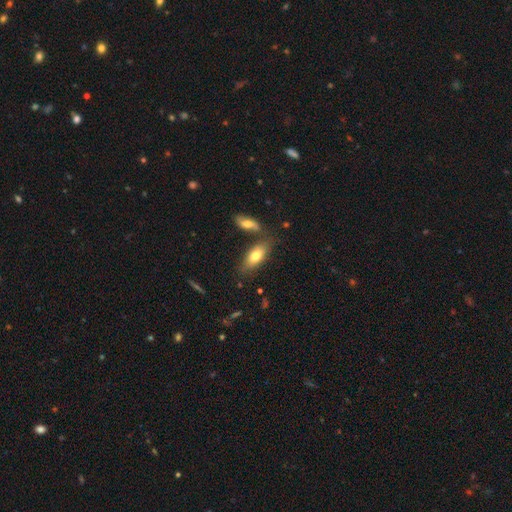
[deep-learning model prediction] The model was most divided on "merging": none: 68%, merger: 14%, minor disturbance: 14%, major disturbance: 4%. More confident: how rounded — in between (83%); smooth or featured — smooth (74%).